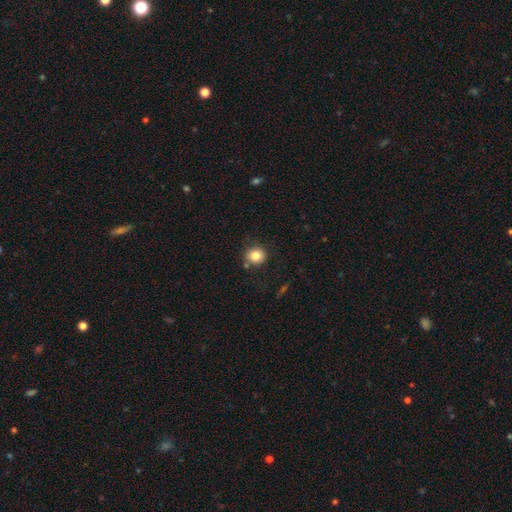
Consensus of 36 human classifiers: smooth-or-featured: smooth: 92% | star or artifact: 6% | featured or disk: 3%
  how-rounded: round: 91% | in between: 9% | cigar-shaped: 0%
  merging: none: 71% | merger: 15% | minor disturbance: 12% | major disturbance: 3%